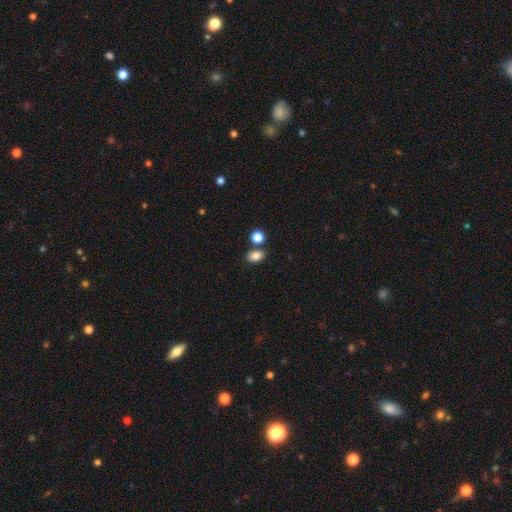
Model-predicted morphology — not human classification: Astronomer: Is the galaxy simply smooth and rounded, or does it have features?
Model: smooth — 84%.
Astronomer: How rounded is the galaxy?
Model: in between — 73%.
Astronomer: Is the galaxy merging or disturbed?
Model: none — 72%.